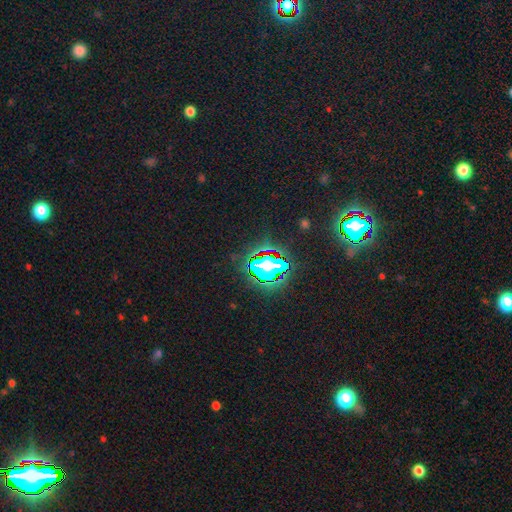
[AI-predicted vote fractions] Smooth or featured?
  - star or artifact: 82% *
  - smooth: 11%
  - featured or disk: 7%